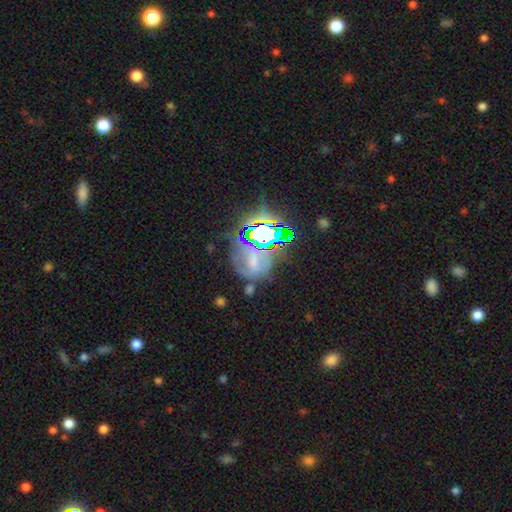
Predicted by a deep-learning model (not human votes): A star or artifact, not a galaxy (55%).